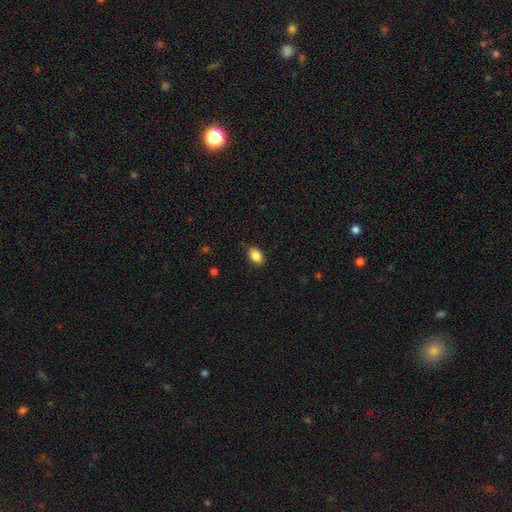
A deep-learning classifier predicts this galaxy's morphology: Smooth or featured?
  - smooth: 87% *
  - star or artifact: 8%
  - featured or disk: 5%
How rounded?
  - in between: 85% *
  - round: 14%
  - cigar-shaped: 1%
Merging?
  - none: 84% *
  - minor disturbance: 12%
  - major disturbance: 3%
  - merger: 1%